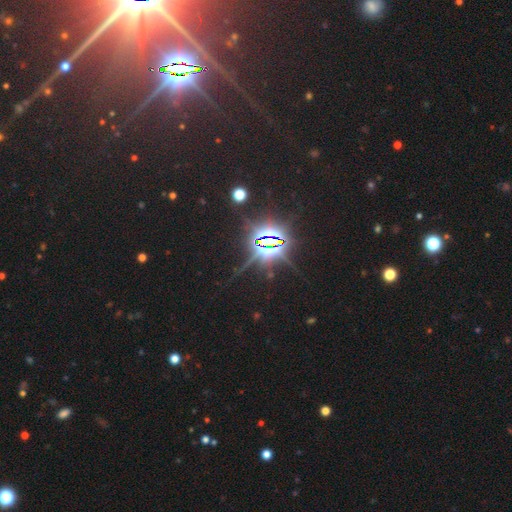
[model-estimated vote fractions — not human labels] This is clearly a star or artifact rather than a galaxy (86%).